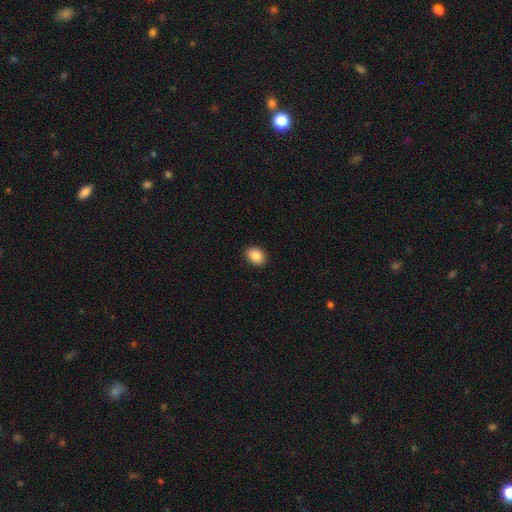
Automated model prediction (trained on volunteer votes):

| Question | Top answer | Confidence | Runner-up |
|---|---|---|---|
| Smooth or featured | smooth | 88% | star or artifact (8%) |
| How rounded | in between | 66% | round (33%) |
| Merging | none | 90% | minor disturbance (7%) |